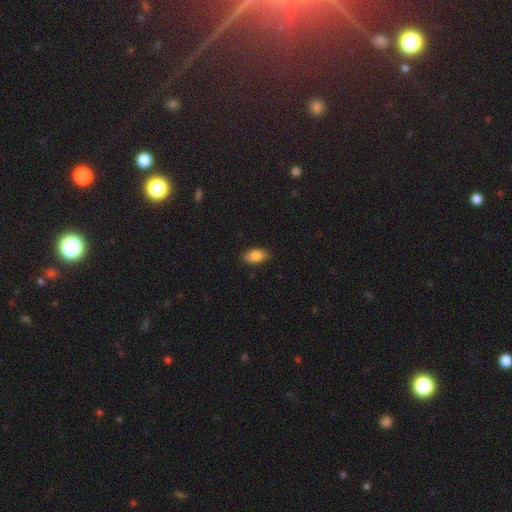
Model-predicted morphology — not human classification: type=smooth (85%); roundness=in between (92%); merging=none (88%).